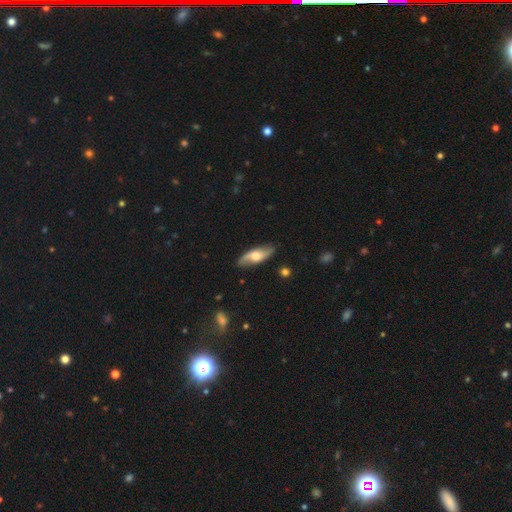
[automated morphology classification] smooth_or_featured: featured or disk (p=0.59) [alt: smooth p=0.35]
disk_edge_on: no (p=0.71) [alt: yes p=0.29]
merging: none (p=0.83) [alt: minor disturbance p=0.13]